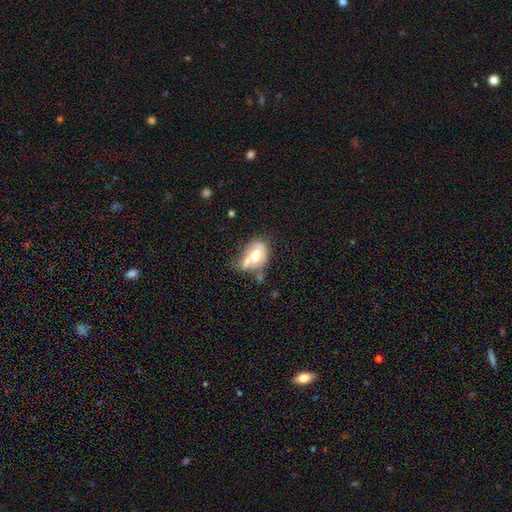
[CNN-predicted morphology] A smooth galaxy with no disk features (55%) that is in between round and cigar-shaped (70%). Merging: none (28%).